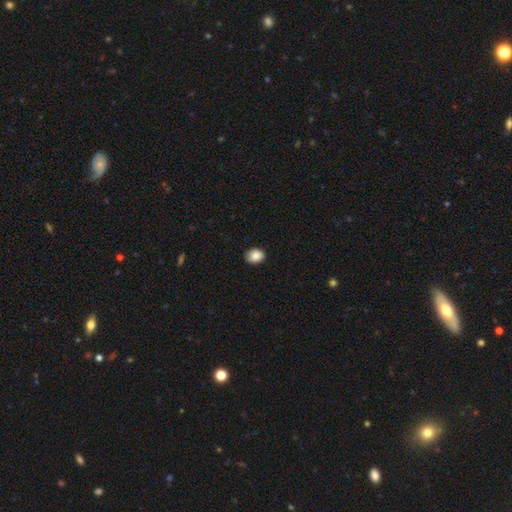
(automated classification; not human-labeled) Overall: smooth (88%). How rounded: in between (57%; round 42%). Merging: none (85%).